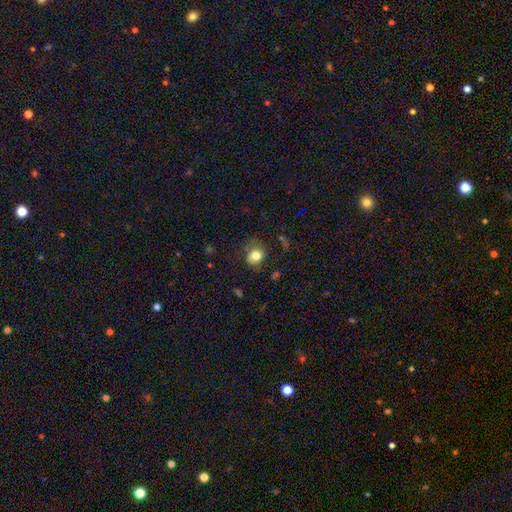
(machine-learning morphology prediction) Smooth or featured? Predicted: smooth (p=0.79). How rounded? Predicted: round (p=0.65). Merging? Predicted: none (p=0.69).